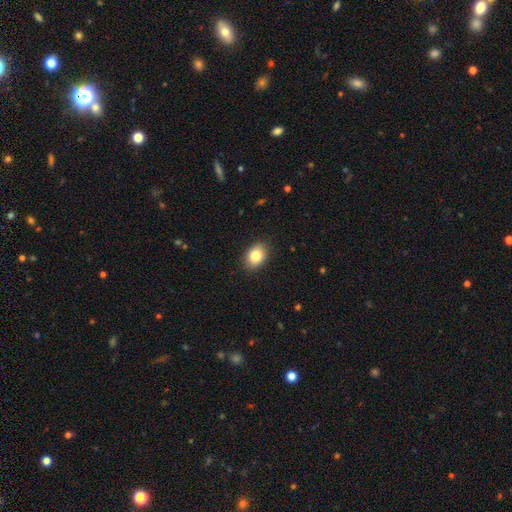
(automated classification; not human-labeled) smooth-or-featured: smooth: 82% | featured or disk: 9% | star or artifact: 9%
  how-rounded: in between: 69% | round: 30% | cigar-shaped: 1%
  merging: none: 89% | minor disturbance: 8% | major disturbance: 2% | merger: 1%